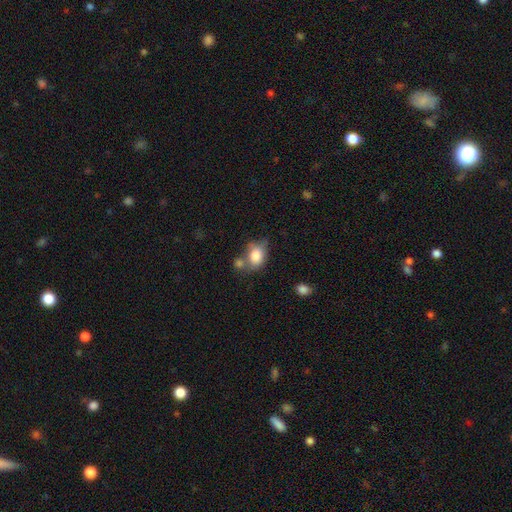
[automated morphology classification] smooth 81%, featured or disk 11%, star or artifact 8%. Down the decision tree: how rounded — in between (68%); merging — none (40%).